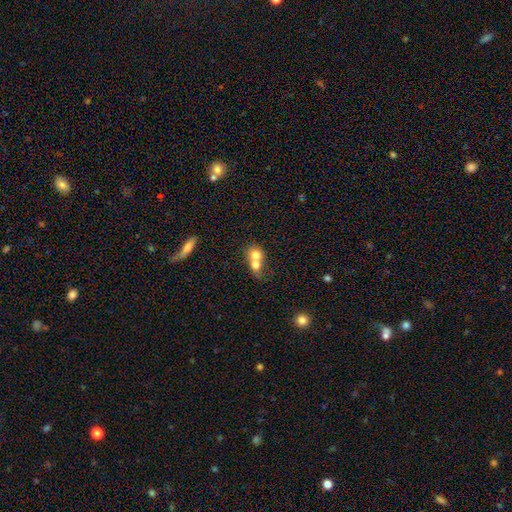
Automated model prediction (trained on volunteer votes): The model was most divided on "how rounded": round: 66%, in between: 32%, cigar-shaped: 2%. More confident: merging — merger (76%); smooth or featured — smooth (72%).